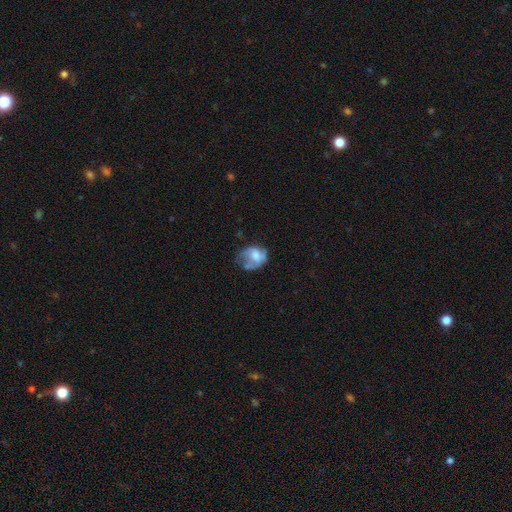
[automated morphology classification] Overall: smooth (50%; featured or disk 41%). Merging: major disturbance (33%; minor disturbance 31%).